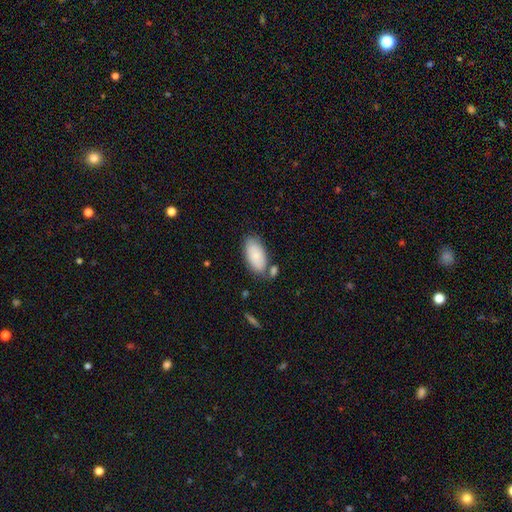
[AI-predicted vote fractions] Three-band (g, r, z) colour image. It shows a smooth galaxy with no disk features (80%) that is in between round and cigar-shaped (94%). Merging: none (68%).